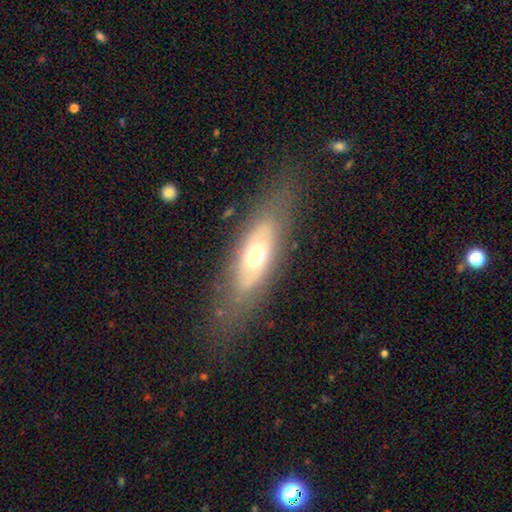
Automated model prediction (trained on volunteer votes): smooth_or_featured: featured or disk (p=0.47) [alt: smooth p=0.45]
merging: none (p=0.71) [alt: minor disturbance p=0.17]